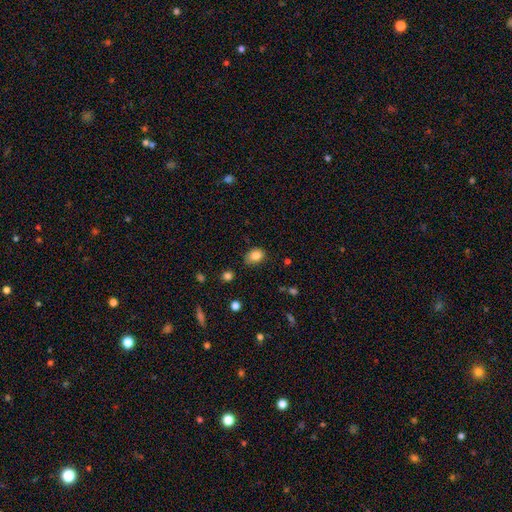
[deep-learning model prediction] Overall: smooth (84%). How rounded: in between (69%; round 29%). Merging: none (71%).